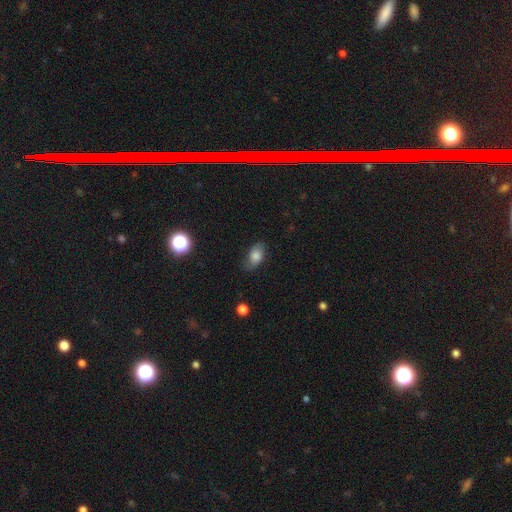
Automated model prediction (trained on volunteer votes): The model was most divided on "merging": none: 71%, minor disturbance: 22%, major disturbance: 6%, merger: 1%. More confident: how rounded — in between (88%); smooth or featured — smooth (74%).